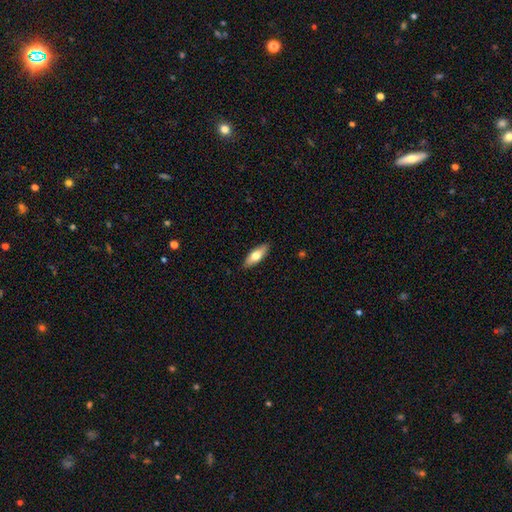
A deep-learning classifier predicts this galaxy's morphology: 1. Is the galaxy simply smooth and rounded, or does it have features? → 67% smooth, 27% featured or disk, 6% star or artifact.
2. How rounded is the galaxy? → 66% in between, 31% cigar-shaped, 2% round.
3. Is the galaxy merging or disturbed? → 89% none, 8% minor disturbance, 2% major disturbance, 1% merger.